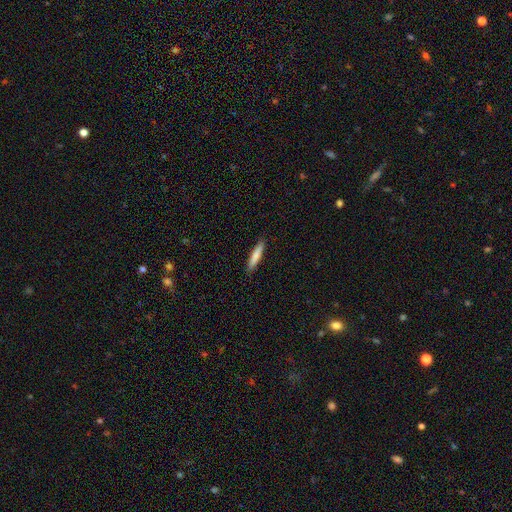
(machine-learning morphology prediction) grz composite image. It shows a smooth galaxy with no disk features (80%) that is cigar-shaped (91%). Merging: none (90%).